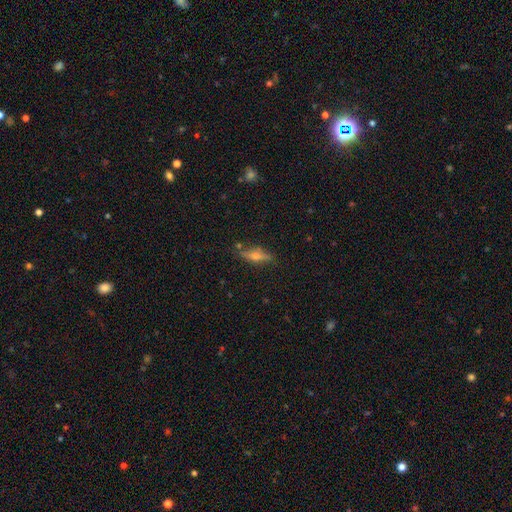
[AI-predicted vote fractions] Overall: featured or disk (57%; smooth 32%). Edge-on disk: yes (88%). Merging: none (81%).